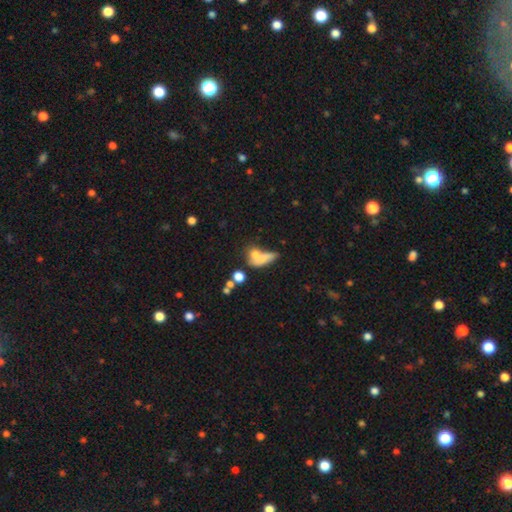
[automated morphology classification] The model was most divided on "merging": merger: 41%, none: 30%, major disturbance: 16%, minor disturbance: 14%. More confident: smooth or featured — smooth (59%); how rounded — in between (54%).